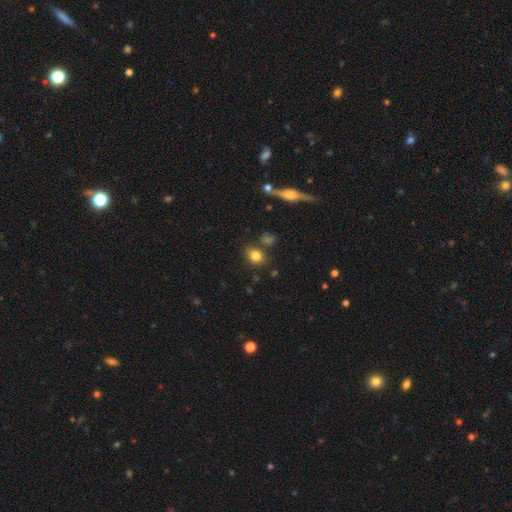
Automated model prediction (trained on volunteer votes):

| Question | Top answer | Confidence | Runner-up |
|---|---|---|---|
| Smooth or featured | smooth | 81% | star or artifact (11%) |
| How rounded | in between | 50% | round (48%) |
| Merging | none | 76% | minor disturbance (12%) |